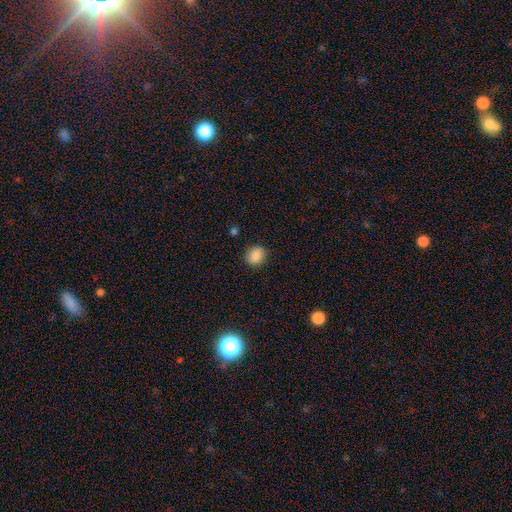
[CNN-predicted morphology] A smooth galaxy with no disk features (87%) that is round (75%). Merging: none (88%).